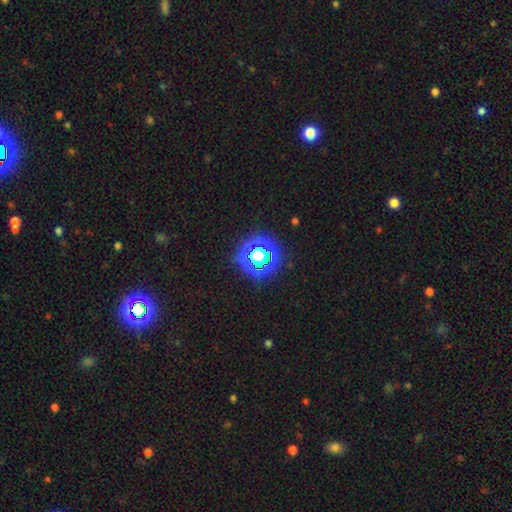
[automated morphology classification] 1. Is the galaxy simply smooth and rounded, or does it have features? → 66% star or artifact, 23% smooth, 11% featured or disk.